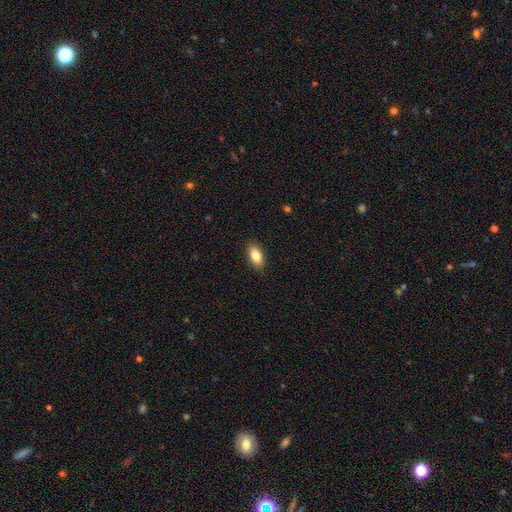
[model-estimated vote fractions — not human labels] Q: Smooth or featured?
A: smooth (84%); runner-up: featured or disk (9%)
Q: How rounded?
A: in between (90%); runner-up: cigar-shaped (6%)
Q: Merging?
A: none (88%); runner-up: minor disturbance (9%)